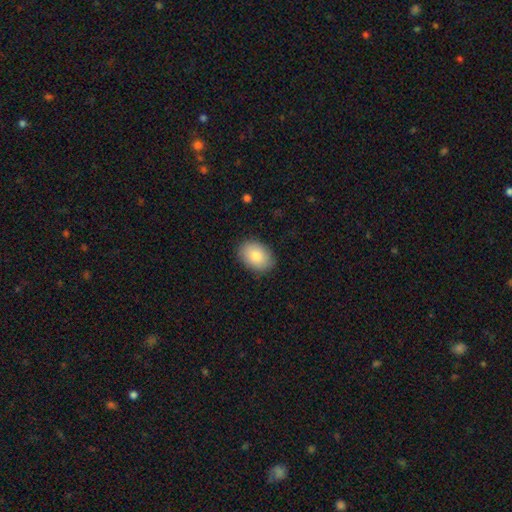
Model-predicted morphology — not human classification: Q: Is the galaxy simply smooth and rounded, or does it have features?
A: smooth — 83%.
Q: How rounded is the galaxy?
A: in between — 78%.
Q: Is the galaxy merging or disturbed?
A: none — 87%.